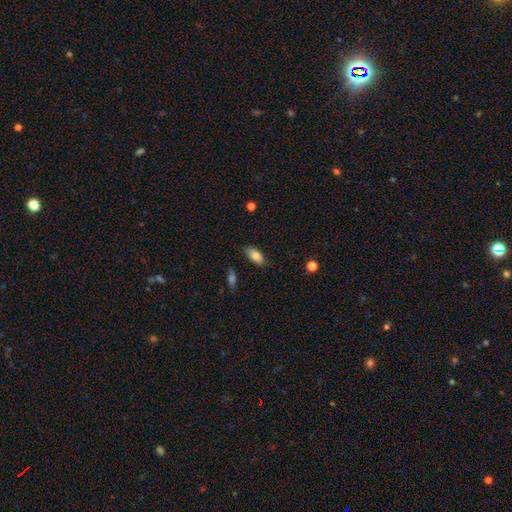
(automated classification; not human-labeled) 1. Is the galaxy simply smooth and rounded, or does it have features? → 78% smooth, 14% featured or disk, 8% star or artifact.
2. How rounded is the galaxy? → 90% in between, 6% cigar-shaped, 3% round.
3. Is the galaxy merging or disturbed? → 81% none, 15% minor disturbance, 2% major disturbance, 1% merger.